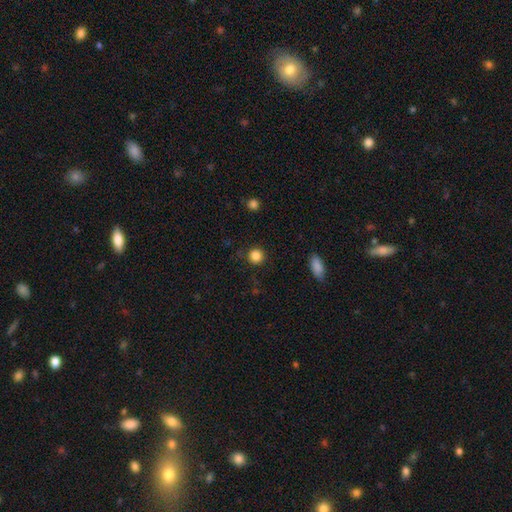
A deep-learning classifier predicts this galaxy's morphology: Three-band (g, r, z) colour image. It shows a smooth galaxy with no disk features (85%) that is round (93%). Merging: none (89%).